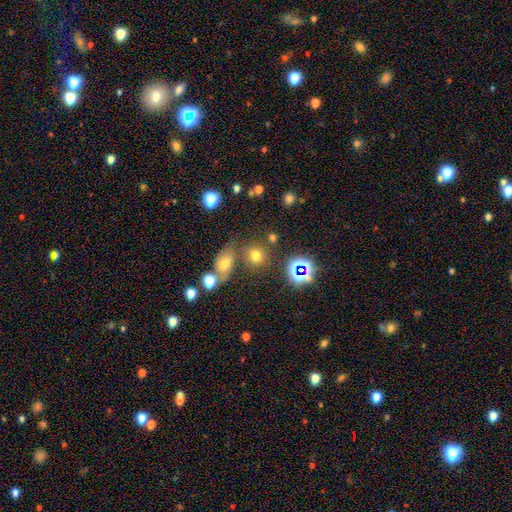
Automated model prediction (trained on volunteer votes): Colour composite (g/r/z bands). It shows a smooth galaxy with no disk features (67%) that is round (75%). Merging: none (69%).